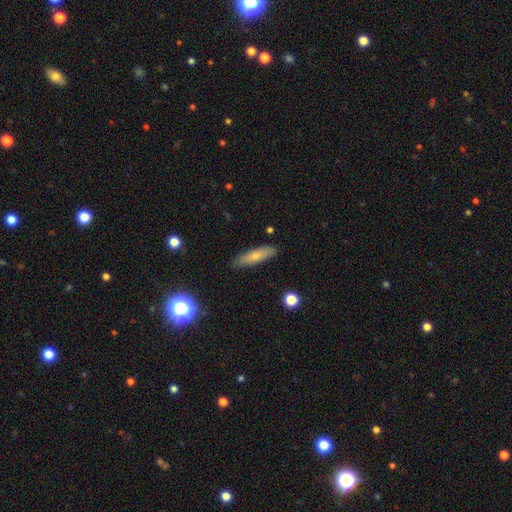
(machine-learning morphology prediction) A smooth galaxy with no disk features (70%) that is cigar-shaped (68%). Merging: none (84%).